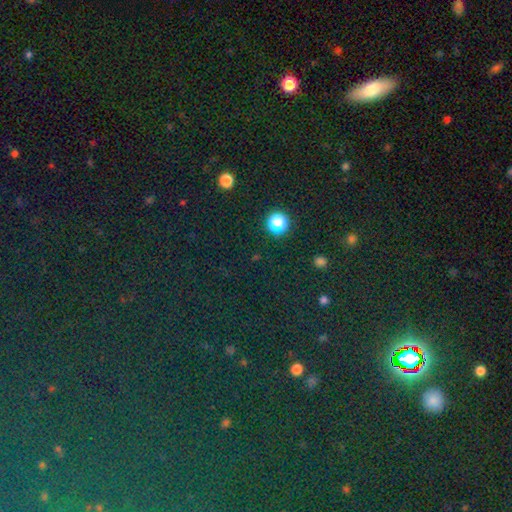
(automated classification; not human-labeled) star or artifact 76%, smooth 15%, featured or disk 9%.